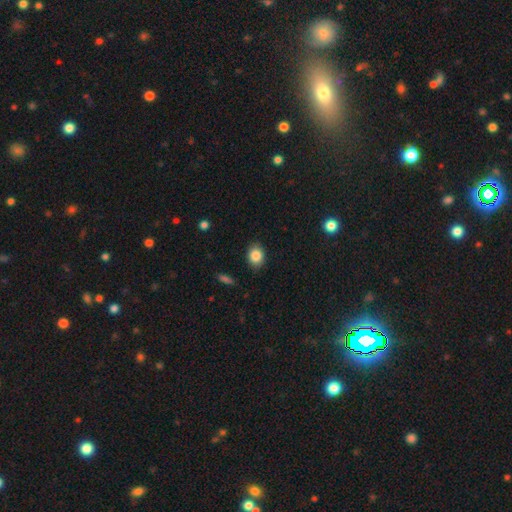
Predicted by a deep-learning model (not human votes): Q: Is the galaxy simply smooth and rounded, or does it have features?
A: smooth — 86%.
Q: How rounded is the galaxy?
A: in between — 51%.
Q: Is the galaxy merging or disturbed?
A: none — 86%.